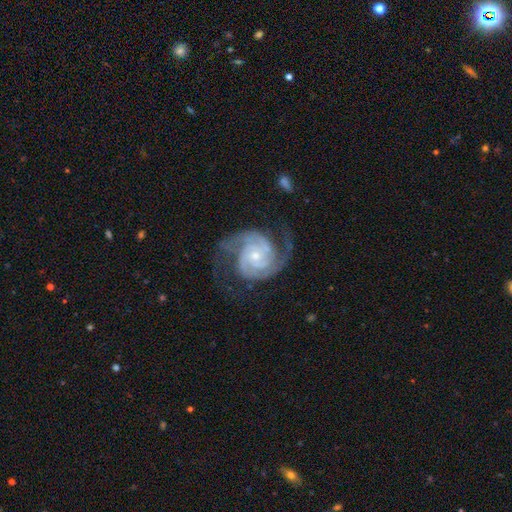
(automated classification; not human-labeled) This is clearly a featured or disk galaxy (93%). It is clearly not viewed edge-on (98%). Bar: likely no (67%). Spiral arm pattern: clearly yes (99%). Spiral arm count: likely 2 (70%). Spiral winding: possibly tight (55%). Central bulge: possibly small (60%). Merging: likely none (70%).